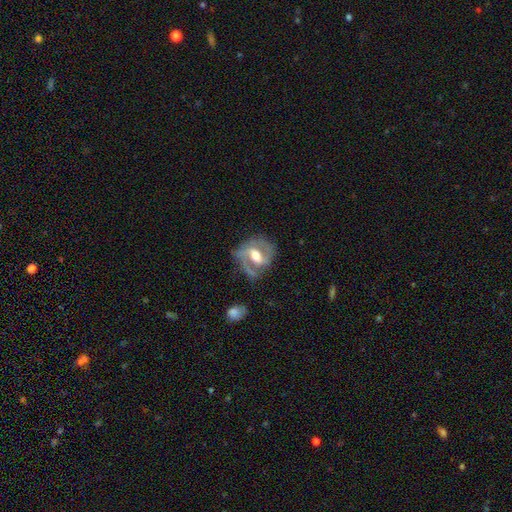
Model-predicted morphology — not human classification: Smooth or featured? Predicted: featured or disk (p=0.82). Edge-on disk? Predicted: no (p=0.97). Bar? Predicted: weak (p=0.46). Spiral arms? Predicted: yes (p=0.91). Spiral winding? Predicted: medium (p=0.52). Spiral arm count? Predicted: 2 (p=0.80). Bulge size? Predicted: moderate (p=0.68). Merging? Predicted: none (p=0.63).